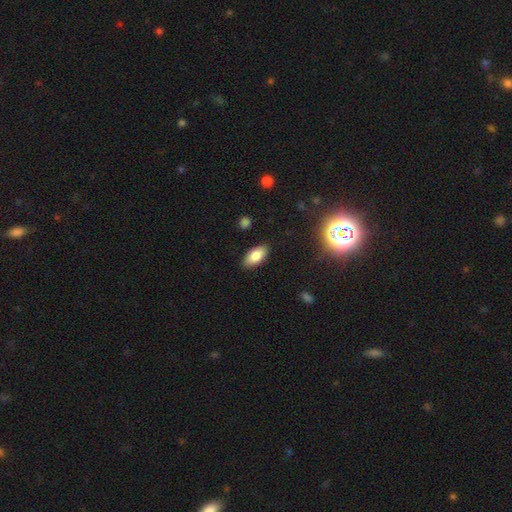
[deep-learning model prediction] Smooth or featured? smooth (82%)
How rounded? in between (90%)
Merging? none (87%)